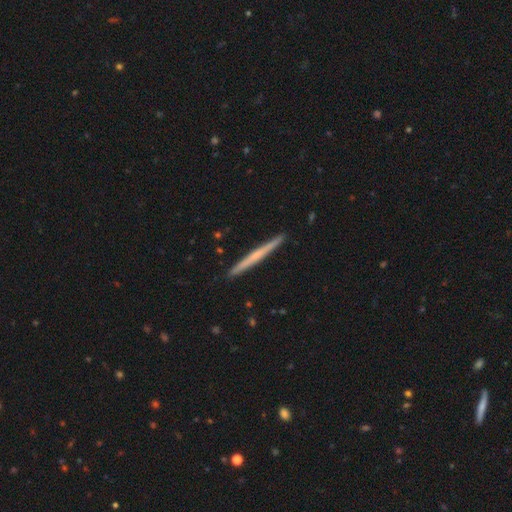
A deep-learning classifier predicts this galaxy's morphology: A featured or disk galaxy (57%) viewed edge-on (98%) with no central bulge (60%).

Vote fractions:
- Smooth or featured? featured or disk: 57% / smooth: 37% / star or artifact: 6%
- Edge-on disk? yes: 98% / no: 2%
- Edge-on bulge? none: 60% / rounded: 35% / boxy: 5%
- Merging? none: 93% / minor disturbance: 5% / major disturbance: 1% / merger: 1%